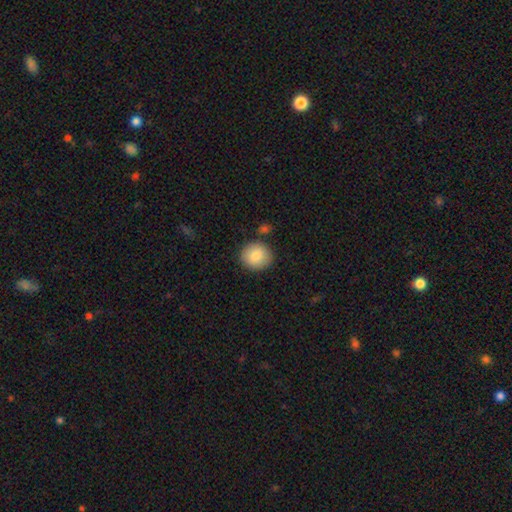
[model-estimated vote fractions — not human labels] This is clearly a smooth galaxy (84%). How rounded: clearly round (83%). Merging: clearly none (81%).